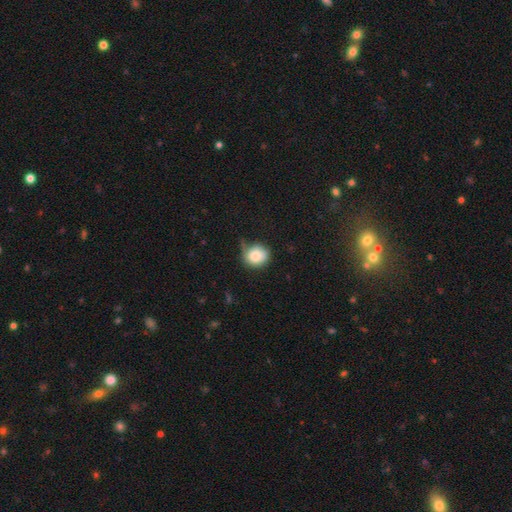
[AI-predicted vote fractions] Q: Smooth or featured?
A: smooth (82%); runner-up: star or artifact (9%)
Q: How rounded?
A: round (82%); runner-up: in between (17%)
Q: Merging?
A: none (56%); runner-up: minor disturbance (31%)